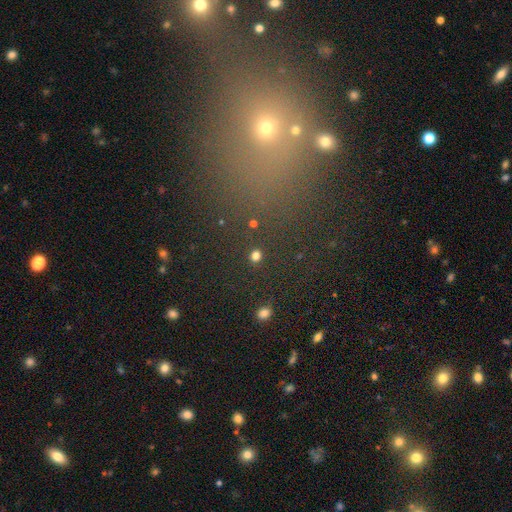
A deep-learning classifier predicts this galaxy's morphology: Smooth or featured? Predicted: smooth (p=0.80). How rounded? Predicted: round (p=0.82). Merging? Predicted: none (p=0.88).